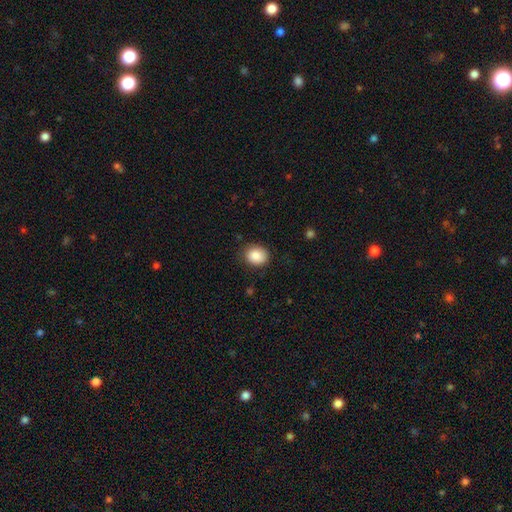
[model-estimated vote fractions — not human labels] Overall: smooth (86%). How rounded: round (63%; in between 36%). Merging: none (84%).